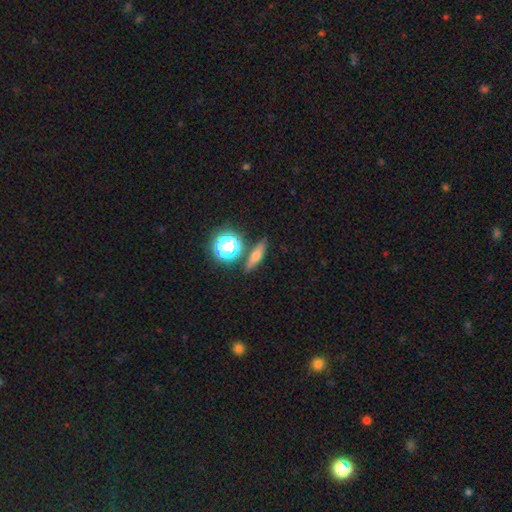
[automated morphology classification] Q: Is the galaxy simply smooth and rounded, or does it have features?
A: smooth — 48%.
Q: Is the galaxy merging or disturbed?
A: none — 82%.